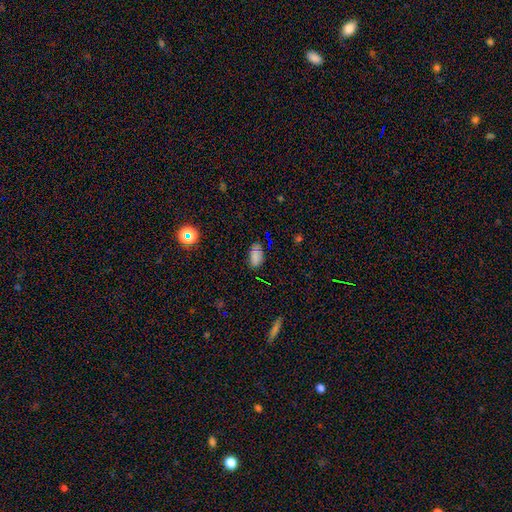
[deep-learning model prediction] smooth-or-featured: smooth: 79% | star or artifact: 15% | featured or disk: 5%
  how-rounded: in between: 93% | round: 4% | cigar-shaped: 3%
  merging: none: 78% | minor disturbance: 16% | major disturbance: 3% | merger: 2%